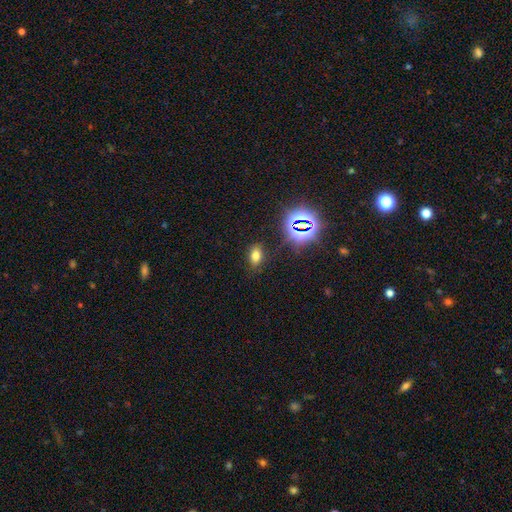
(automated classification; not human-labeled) Smooth or featured? Predicted: smooth (p=0.67). How rounded? Predicted: in between (p=0.80). Merging? Predicted: none (p=0.82).